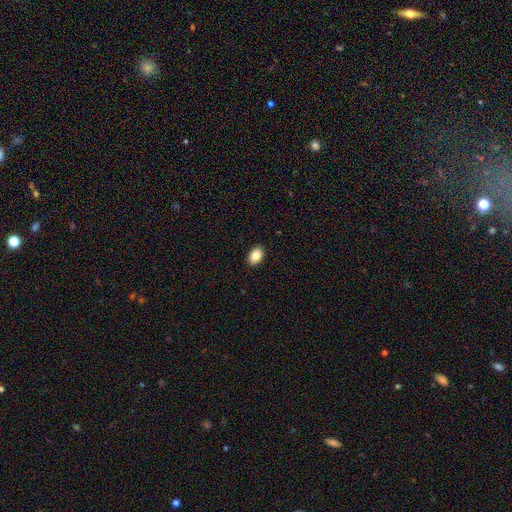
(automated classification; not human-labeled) Smooth or featured? smooth (85%)
How rounded? in between (84%)
Merging? none (90%)